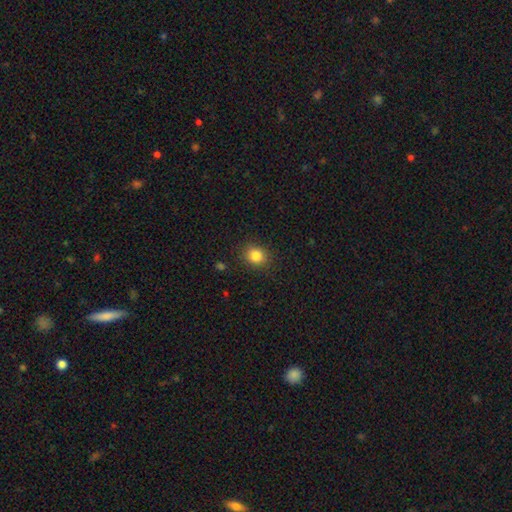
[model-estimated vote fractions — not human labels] Smooth or featured: smooth — 84% (star or artifact — 11%)
How rounded: round — 73% (in between — 26%)
Merging: none — 88% (minor disturbance — 8%)